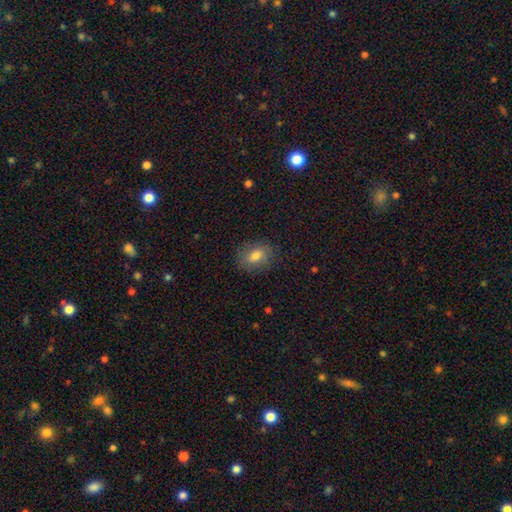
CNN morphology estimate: smooth-or-featured: smooth: 67% | featured or disk: 24% | star or artifact: 10%
  how-rounded: in between: 65% | round: 33% | cigar-shaped: 2%
  merging: none: 79% | minor disturbance: 15% | major disturbance: 5% | merger: 1%